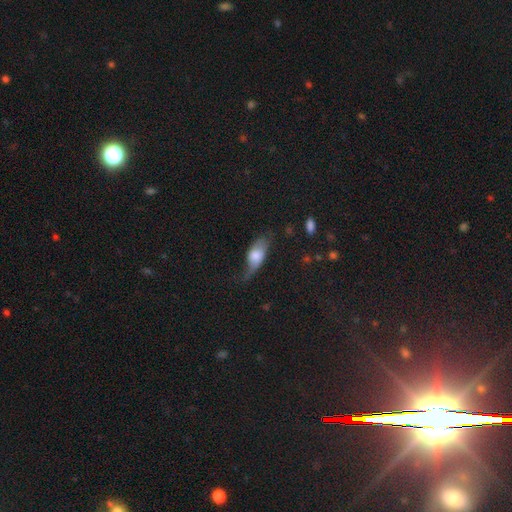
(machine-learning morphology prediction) Overall: smooth (63%; featured or disk 30%). How rounded: in between (84%). Merging: none (39%; minor disturbance 35%).